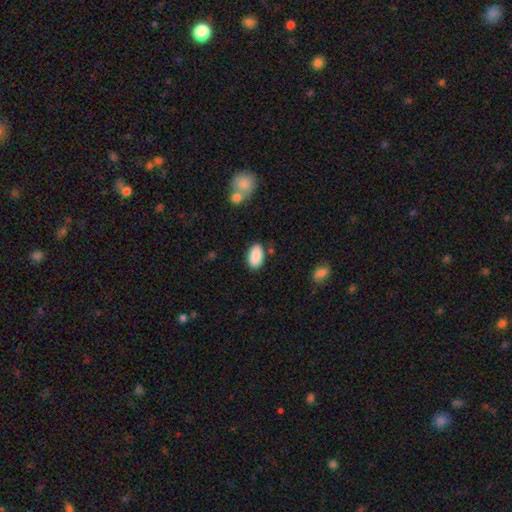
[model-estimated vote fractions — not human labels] The model was most divided on "merging": none: 82%, minor disturbance: 12%, merger: 3%, major disturbance: 3%. More confident: how rounded — in between (94%); smooth or featured — smooth (89%).